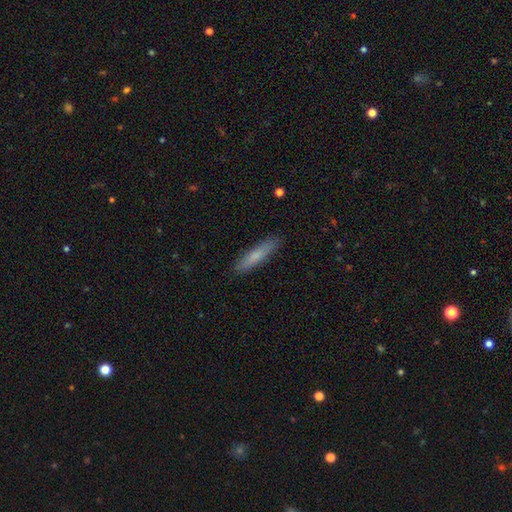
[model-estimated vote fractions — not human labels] Smooth or featured? Predicted: smooth (p=0.76). How rounded? Predicted: cigar-shaped (p=0.87). Merging? Predicted: none (p=0.89).